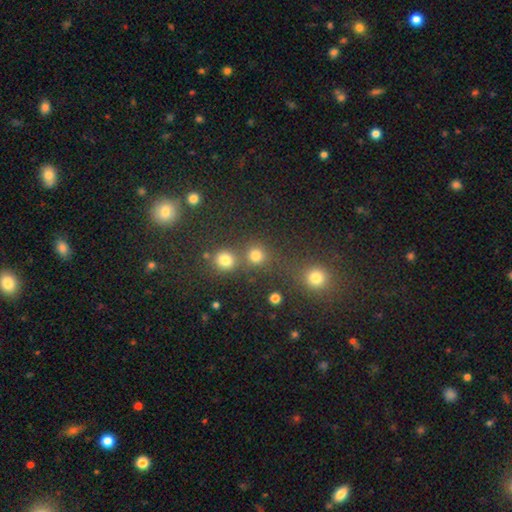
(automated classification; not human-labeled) Q: Smooth or featured?
A: smooth (80%); runner-up: star or artifact (16%)
Q: How rounded?
A: round (91%); runner-up: in between (8%)
Q: Merging?
A: none (65%); runner-up: merger (25%)